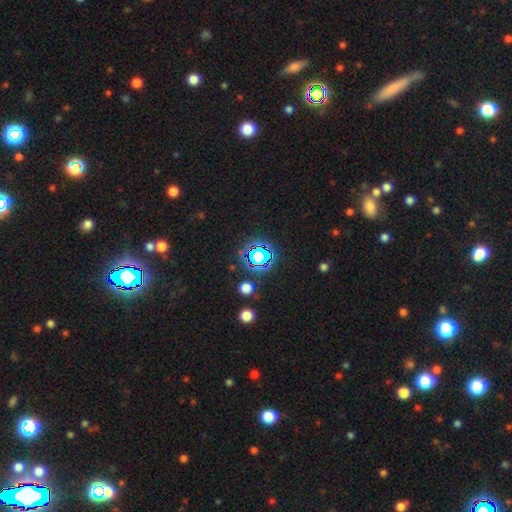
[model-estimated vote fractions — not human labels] A star or artifact, not a galaxy (68%).